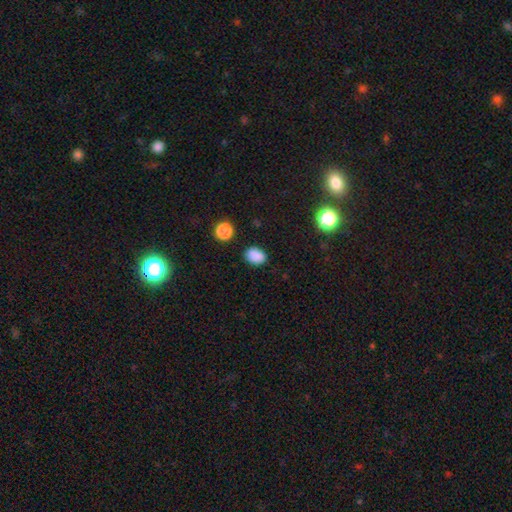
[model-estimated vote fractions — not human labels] A smooth galaxy with no disk features (85%) that is in between round and cigar-shaped (72%).

Vote fractions:
- Smooth or featured? smooth: 85% / star or artifact: 12% / featured or disk: 4%
- How rounded? in between: 72% / round: 27% / cigar-shaped: 1%
- Merging? none: 81% / minor disturbance: 14% / major disturbance: 3% / merger: 2%